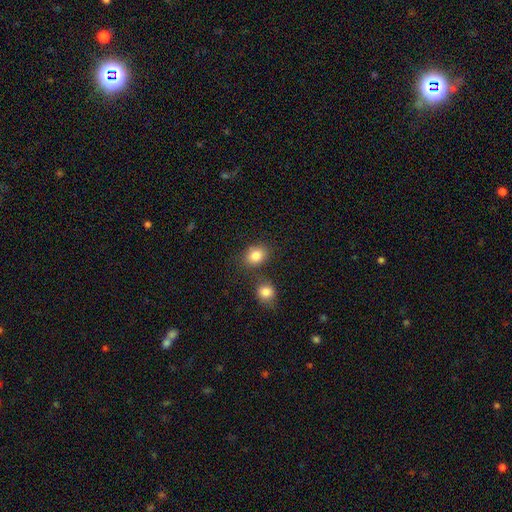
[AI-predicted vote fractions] Morphology: type=smooth (84%); roundness=in between (56%); merging=none (69%).